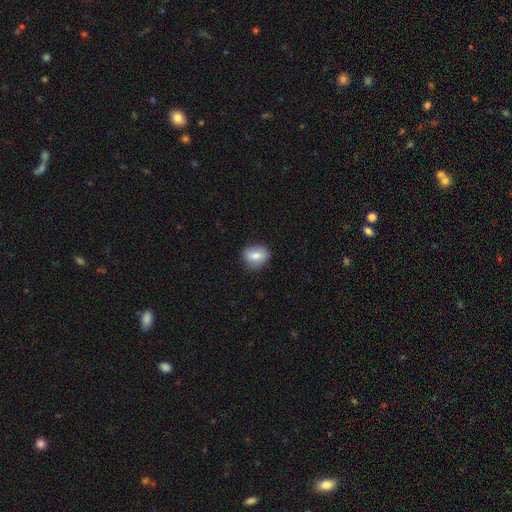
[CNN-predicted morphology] Smooth or featured? Predicted: smooth (p=0.79). How rounded? Predicted: in between (p=0.51). Merging? Predicted: none (p=0.82).